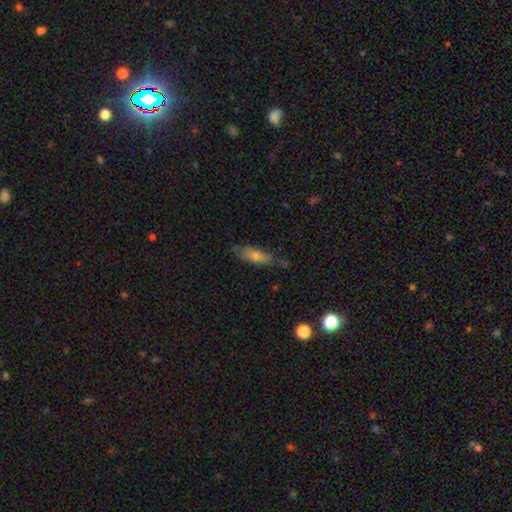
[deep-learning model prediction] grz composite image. It shows a smooth galaxy with no disk features (65%) that is cigar-shaped (51%). Merging: none (73%).